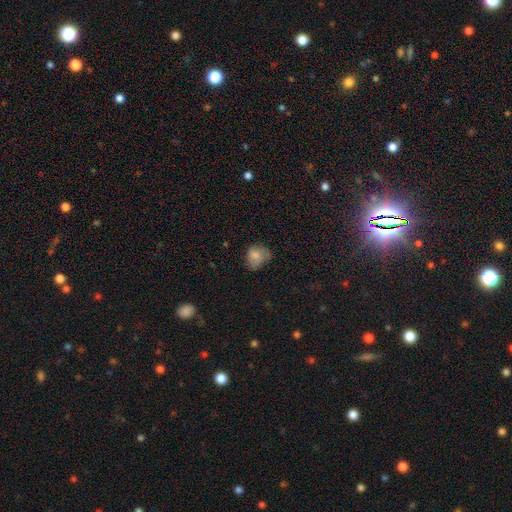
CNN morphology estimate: This is likely a smooth galaxy (75%). How rounded: possibly round (57%). Merging: possibly none (47%).